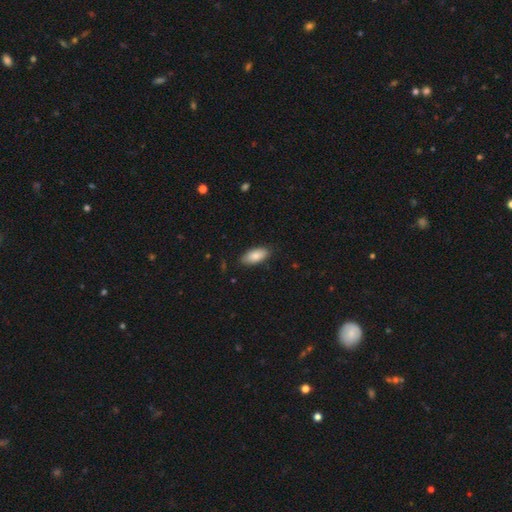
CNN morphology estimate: smooth 86%, featured or disk 8%, star or artifact 6%. Down the decision tree: how rounded — in between (90%); merging — none (85%).